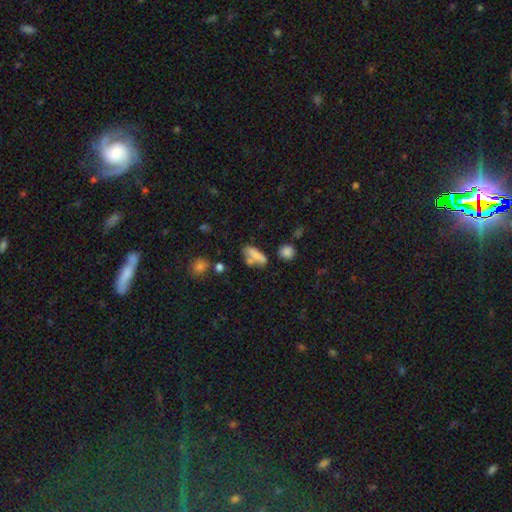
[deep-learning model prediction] smooth_or_featured: smooth (p=0.73) [alt: featured or disk p=0.17]
how_rounded: in between (p=0.66) [alt: cigar-shaped p=0.29]
merging: none (p=0.49) [alt: merger p=0.22]